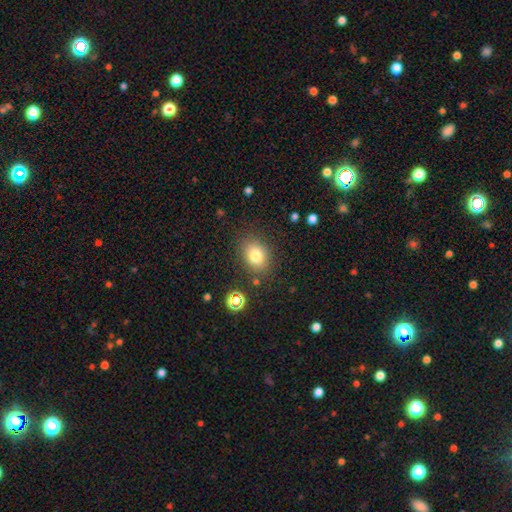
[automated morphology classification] Smooth or featured: smooth — 79% (star or artifact — 12%)
How rounded: in between — 58% (round — 41%)
Merging: none — 80% (minor disturbance — 12%)